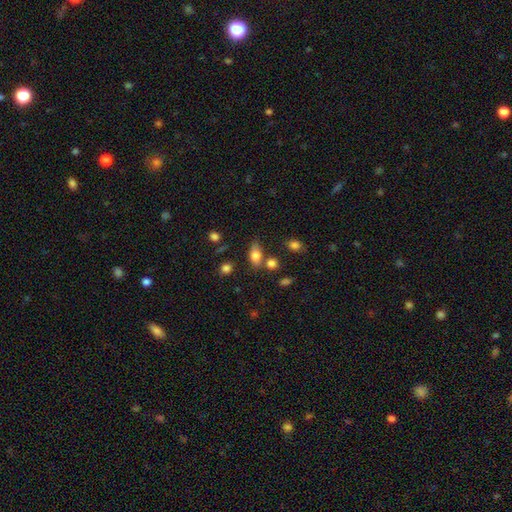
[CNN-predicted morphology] This is likely a smooth galaxy (76%). How rounded: clearly in between (81%). Merging: likely none (64%).